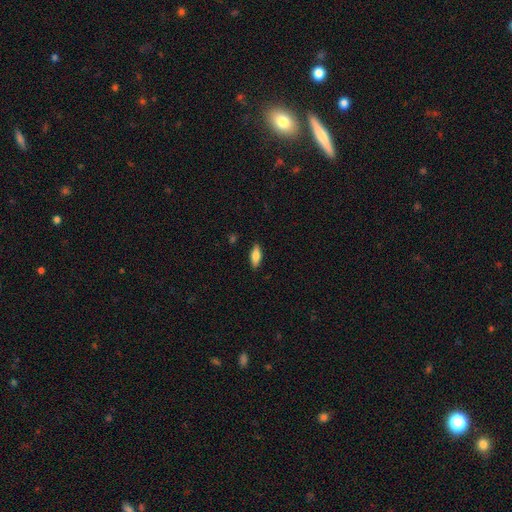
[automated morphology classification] Smooth or featured? Predicted: smooth (p=0.76). How rounded? Predicted: in between (p=0.69). Merging? Predicted: none (p=0.88).